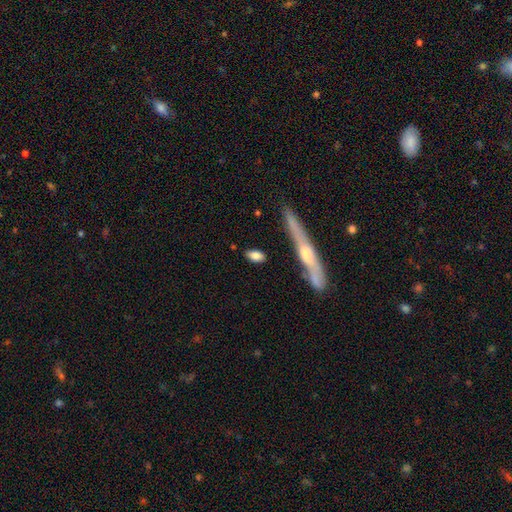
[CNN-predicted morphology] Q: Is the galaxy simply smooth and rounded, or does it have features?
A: smooth — 77%.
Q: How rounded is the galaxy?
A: in between — 80%.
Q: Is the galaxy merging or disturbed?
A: none — 82%.